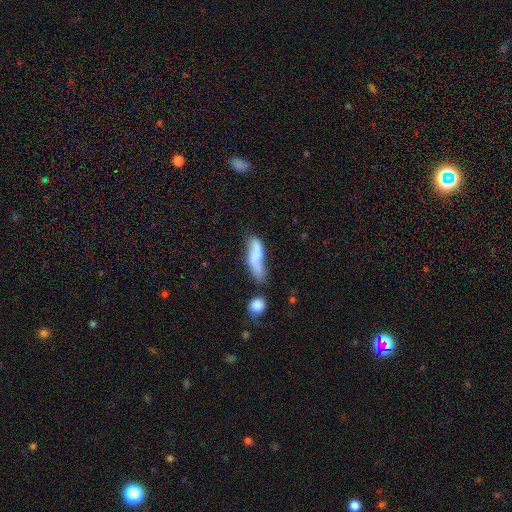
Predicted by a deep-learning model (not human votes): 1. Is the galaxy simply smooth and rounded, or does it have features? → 60% smooth, 31% featured or disk, 8% star or artifact.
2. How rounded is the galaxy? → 52% cigar-shaped, 45% in between, 3% round.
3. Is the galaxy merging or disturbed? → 31% none, 26% merger, 25% minor disturbance, 18% major disturbance.